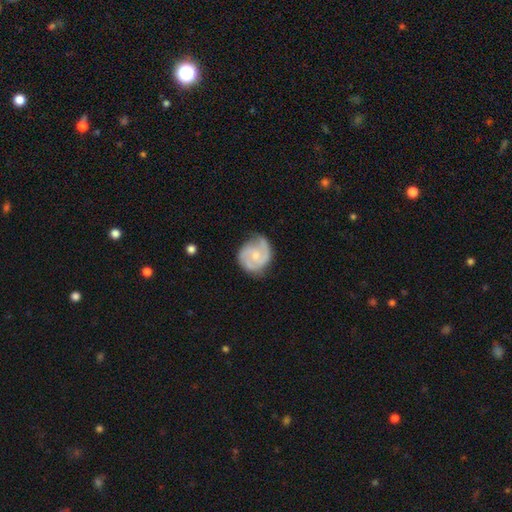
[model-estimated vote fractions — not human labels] The model was most divided on "spiral winding": tight: 45%, medium: 42%, loose: 13%. More confident: edge-on disk — no (98%); spiral arms — yes (93%); smooth or featured — featured or disk (74%); bar — no (66%); spiral arm count — 2 (65%); merging — none (61%); bulge size — small (51%).